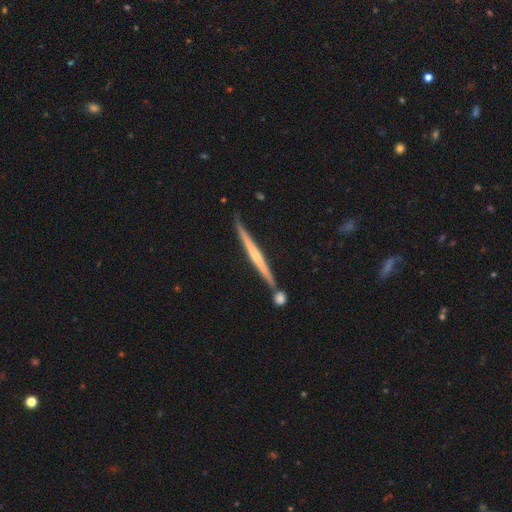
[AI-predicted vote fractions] Morphology: type=featured or disk (65%); edge-on=yes (97%); edge-on bulge=none (56%); merging=none (77%).